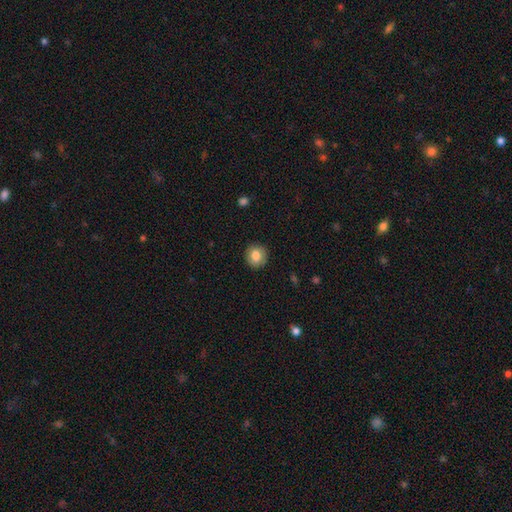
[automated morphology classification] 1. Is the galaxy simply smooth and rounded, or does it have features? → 81% smooth, 10% featured or disk, 8% star or artifact.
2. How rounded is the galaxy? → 83% round, 16% in between, 1% cigar-shaped.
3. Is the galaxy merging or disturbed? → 89% none, 8% minor disturbance, 2% major disturbance, 1% merger.